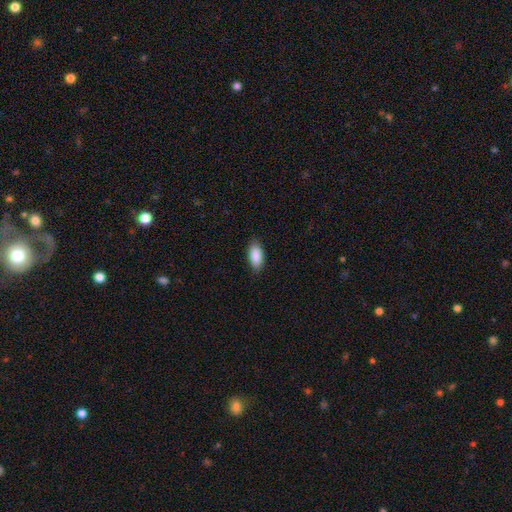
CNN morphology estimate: Smooth or featured: smooth — 90% (star or artifact — 6%)
How rounded: in between — 89% (cigar-shaped — 9%)
Merging: none — 87% (minor disturbance — 10%)